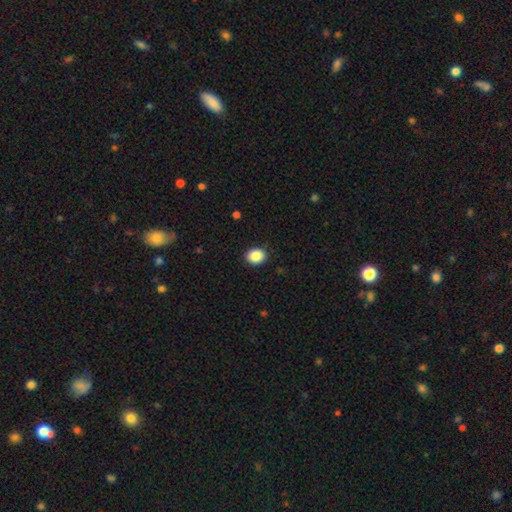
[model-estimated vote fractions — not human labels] smooth_or_featured: smooth (p=0.88) [alt: star or artifact p=0.09]
how_rounded: round (p=0.62) [alt: in between p=0.37]
merging: none (p=0.89) [alt: minor disturbance p=0.08]